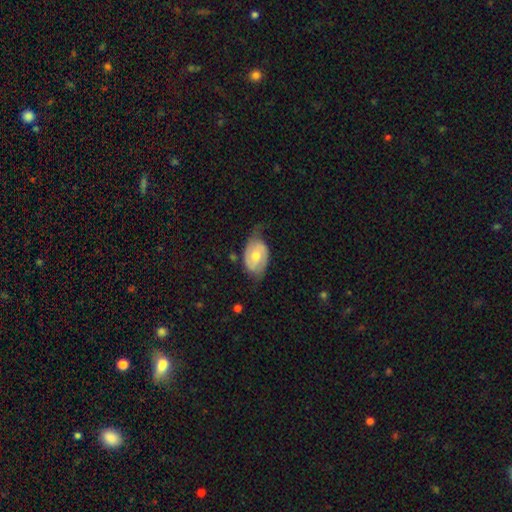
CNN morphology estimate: A featured or disk galaxy (72%) with no bar (50%), 2 (82%) medium (41%) spiral arms (89%) and a moderate central bulge (70%). Merging: none (57%).